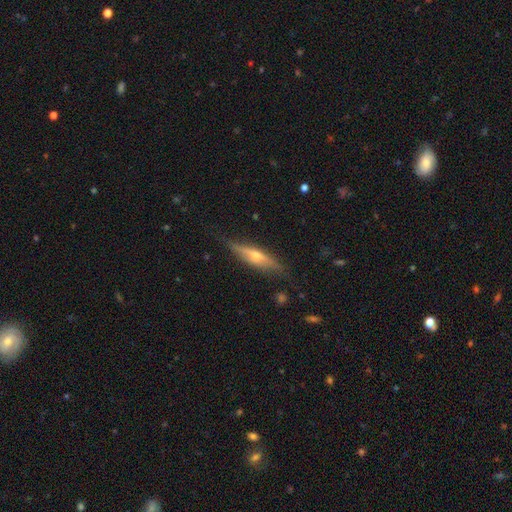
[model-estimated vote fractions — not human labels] The model was most divided on "smooth or featured": featured or disk: 66%, smooth: 27%, star or artifact: 7%. More confident: edge-on disk — yes (94%); edge-on bulge — rounded (88%); merging — none (81%).